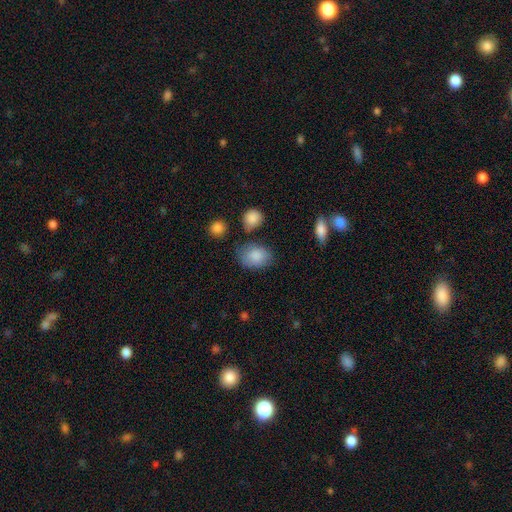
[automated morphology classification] smooth 86%, star or artifact 7%, featured or disk 7%. Down the decision tree: how rounded — in between (76%); merging — none (66%).